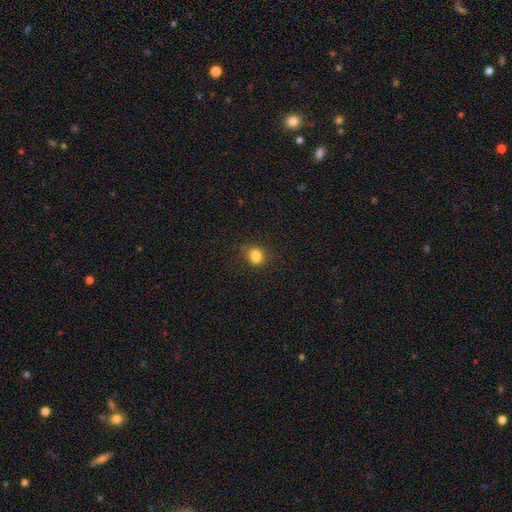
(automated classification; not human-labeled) smooth 81%, star or artifact 13%, featured or disk 6%. Down the decision tree: how rounded — in between (57%); merging — none (66%).